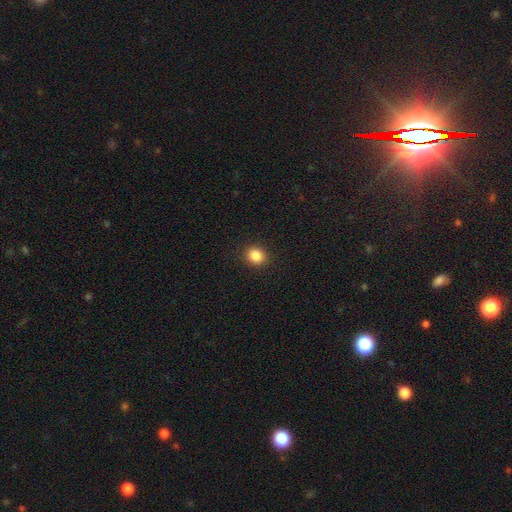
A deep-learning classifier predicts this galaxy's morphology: smooth_or_featured: smooth (p=0.86) [alt: star or artifact p=0.10]
how_rounded: round (p=0.67) [alt: in between p=0.32]
merging: none (p=0.91) [alt: minor disturbance p=0.06]